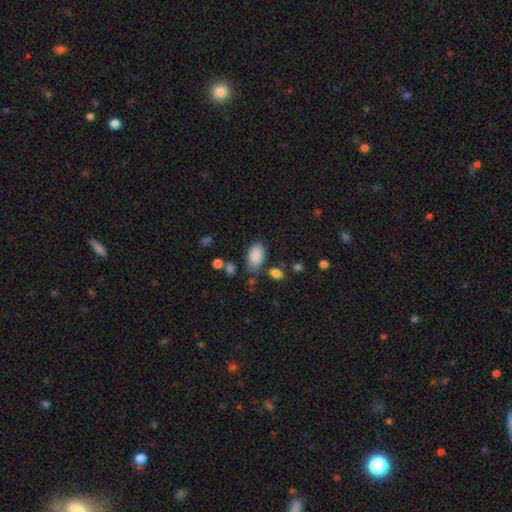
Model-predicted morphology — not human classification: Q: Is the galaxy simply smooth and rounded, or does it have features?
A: smooth — 88%.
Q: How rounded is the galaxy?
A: in between — 93%.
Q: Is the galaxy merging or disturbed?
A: none — 71%.